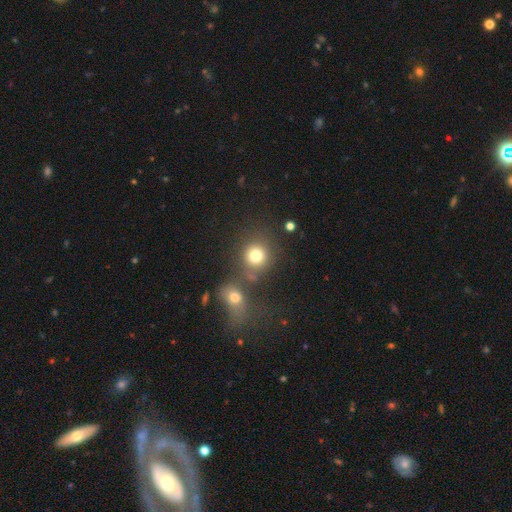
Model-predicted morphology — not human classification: Smooth or featured: smooth — 77% (star or artifact — 13%)
How rounded: round — 86% (in between — 13%)
Merging: none — 60% (merger — 24%)